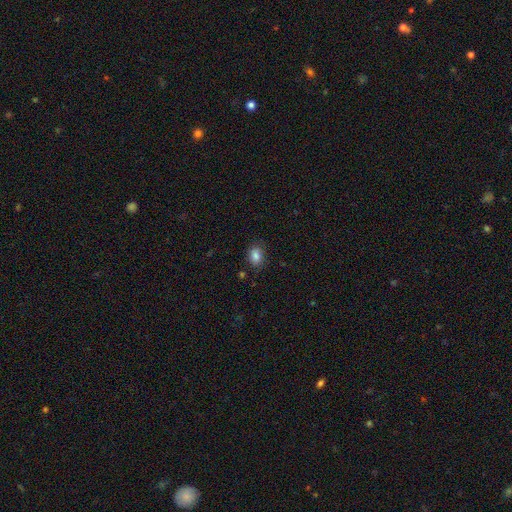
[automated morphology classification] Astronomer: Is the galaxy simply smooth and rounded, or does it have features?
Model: smooth — 84%.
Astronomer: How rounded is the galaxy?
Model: in between — 70%.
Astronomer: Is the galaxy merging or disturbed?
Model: none — 81%.